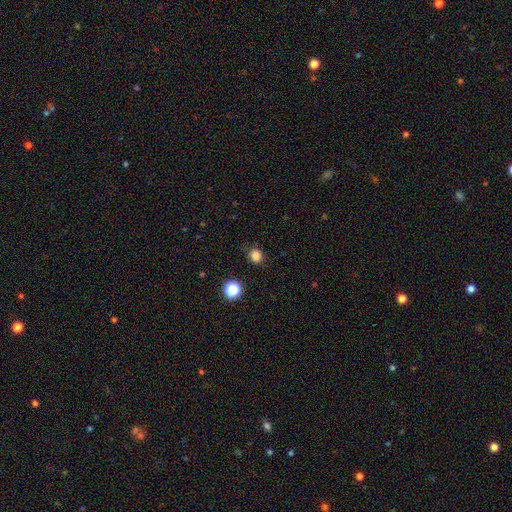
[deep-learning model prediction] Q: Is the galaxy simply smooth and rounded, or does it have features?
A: smooth — 82%.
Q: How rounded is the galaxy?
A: round — 76%.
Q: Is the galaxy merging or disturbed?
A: none — 80%.